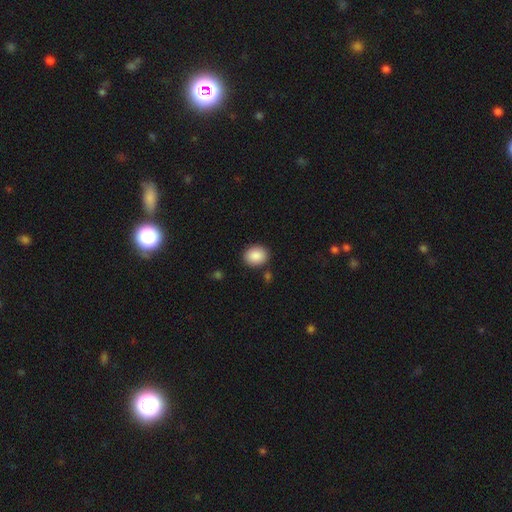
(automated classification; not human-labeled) Smooth or featured? smooth (89%)
How rounded? round (51%)
Merging? none (86%)